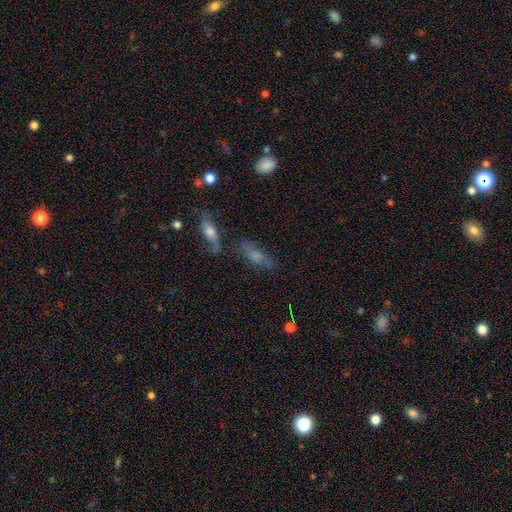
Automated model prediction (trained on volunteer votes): A smooth galaxy with no disk features (57%) that is in between round and cigar-shaped (53%). Merging: none (56%).